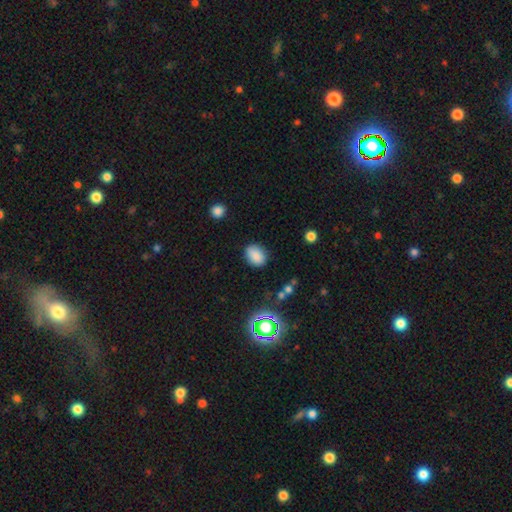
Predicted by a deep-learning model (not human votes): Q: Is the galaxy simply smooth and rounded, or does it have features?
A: smooth — 84%.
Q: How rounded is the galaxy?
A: in between — 64%.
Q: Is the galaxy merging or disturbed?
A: none — 82%.